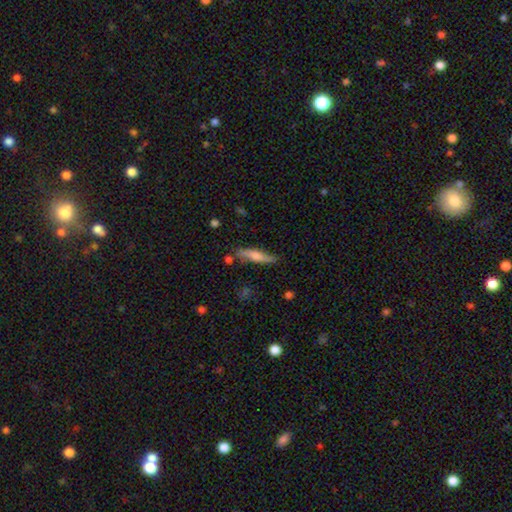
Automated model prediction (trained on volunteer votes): smooth_or_featured: smooth (p=0.54) [alt: featured or disk p=0.40]
how_rounded: cigar-shaped (p=0.85) [alt: in between p=0.13]
merging: none (p=0.79) [alt: minor disturbance p=0.14]